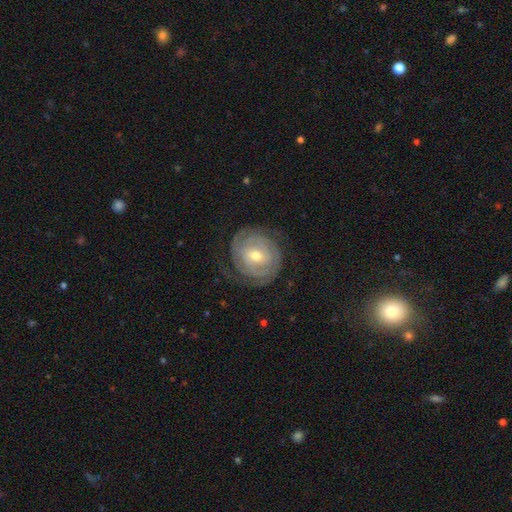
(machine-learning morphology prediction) smooth-or-featured: featured or disk: 81% | smooth: 14% | star or artifact: 5%
  disk-edge-on: no: 97% | yes: 3%
    bar: no: 51% | weak: 37% | strong: 13%
    has-spiral-arms: yes: 91% | no: 9%
      spiral-winding: tight: 79% | medium: 15% | loose: 5%
      spiral-arm-count: 2: 43% | can't tell: 33% | 3: 10% | 1: 6% | 4: 5% | more than 4: 4%
    bulge-size: moderate: 53% | small: 43% | large: 2% | none: 1% | dominant: 1%
  merging: none: 74% | minor disturbance: 15% | major disturbance: 9% | merger: 1%